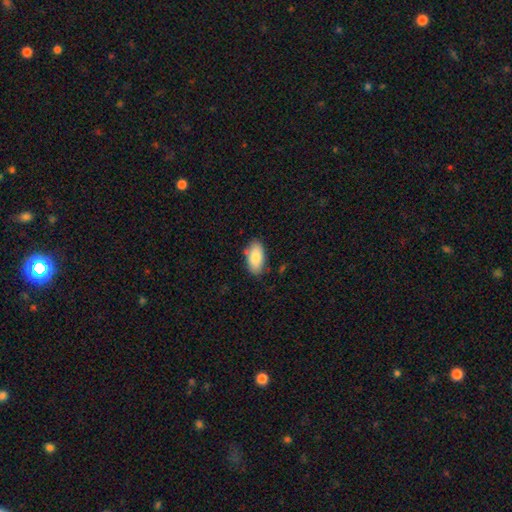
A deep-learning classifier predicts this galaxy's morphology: Overall: smooth (85%). How rounded: in between (94%). Merging: none (79%).